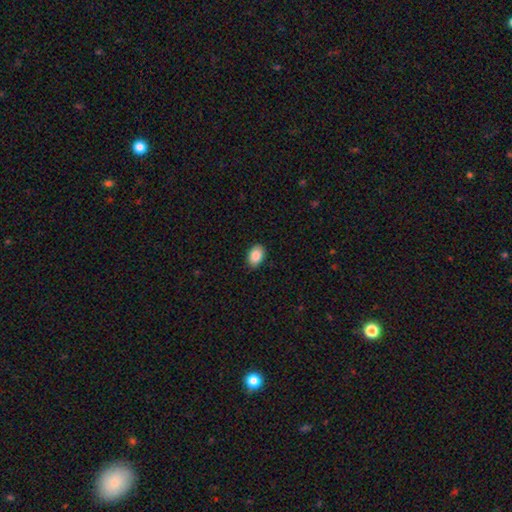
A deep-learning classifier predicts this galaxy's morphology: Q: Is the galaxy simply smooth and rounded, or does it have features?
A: smooth — 89%.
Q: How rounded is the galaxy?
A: in between — 86%.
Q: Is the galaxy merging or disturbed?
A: none — 88%.